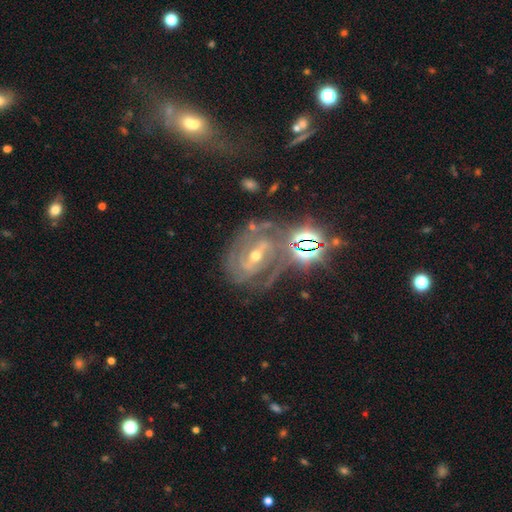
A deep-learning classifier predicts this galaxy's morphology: smooth-or-featured: featured or disk: 81% | star or artifact: 13% | smooth: 7%
  disk-edge-on: no: 96% | yes: 4%
    bar: strong: 49% | weak: 34% | no: 17%
    has-spiral-arms: yes: 92% | no: 8%
      spiral-winding: tight: 57% | medium: 35% | loose: 8%
      spiral-arm-count: 2: 41% | can't tell: 22% | 3: 21% | 4: 6% | 1: 5% | more than 4: 4%
    bulge-size: moderate: 55% | small: 41% | large: 2% | none: 1% | dominant: 1%
  merging: none: 65% | minor disturbance: 18% | major disturbance: 11% | merger: 6%